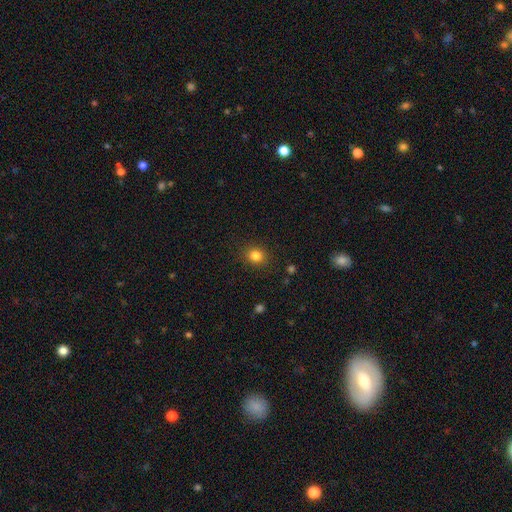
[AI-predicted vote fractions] A smooth galaxy with no disk features (83%) that is round (77%). Merging: none (89%).